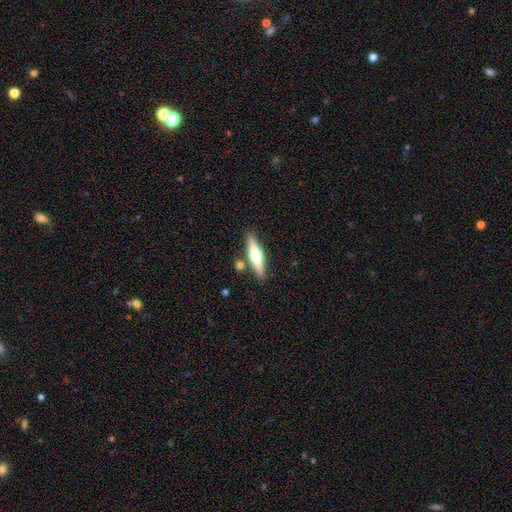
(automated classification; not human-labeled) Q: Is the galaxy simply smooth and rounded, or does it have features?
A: featured or disk — 56%.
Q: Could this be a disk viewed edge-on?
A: yes — 95%.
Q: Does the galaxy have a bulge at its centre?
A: rounded — 92%.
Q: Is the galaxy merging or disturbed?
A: none — 83%.